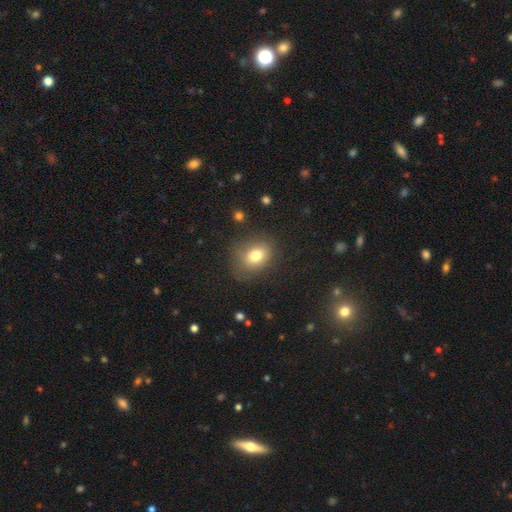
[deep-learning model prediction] Overall: smooth (78%). How rounded: in between (59%; round 39%). Merging: none (73%).